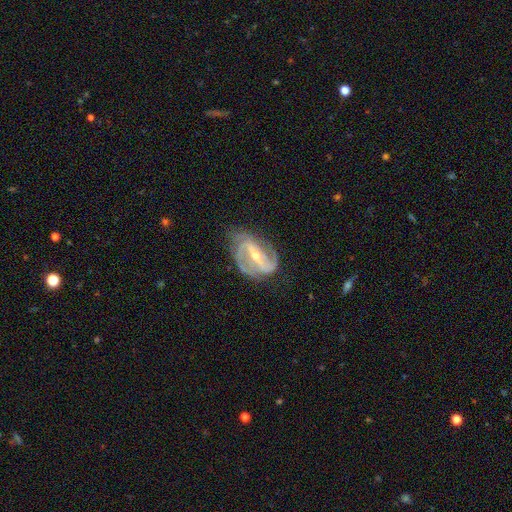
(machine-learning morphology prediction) Smooth or featured? Predicted: featured or disk (p=0.89). Edge-on disk? Predicted: no (p=0.96). Bar? Predicted: strong (p=0.58). Spiral arms? Predicted: yes (p=0.95). Spiral winding? Predicted: medium (p=0.47). Spiral arm count? Predicted: 2 (p=0.68). Bulge size? Predicted: small (p=0.57). Merging? Predicted: none (p=0.63).